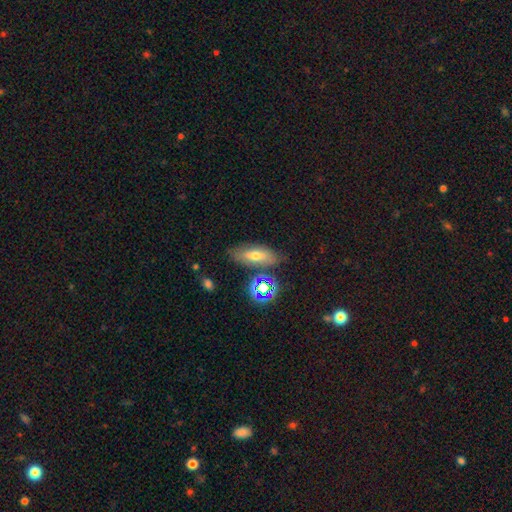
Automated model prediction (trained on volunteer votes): The model was most divided on "smooth or featured": smooth: 55%, featured or disk: 28%, star or artifact: 17%. More confident: merging — none (75%); how rounded — in between (66%).